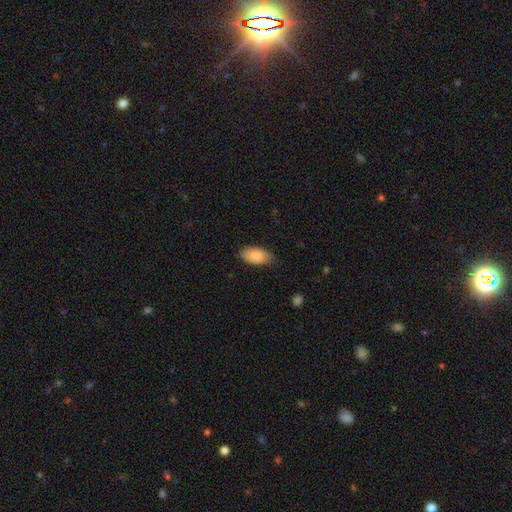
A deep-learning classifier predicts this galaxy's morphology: type=smooth (84%); roundness=in between (94%); merging=none (70%).